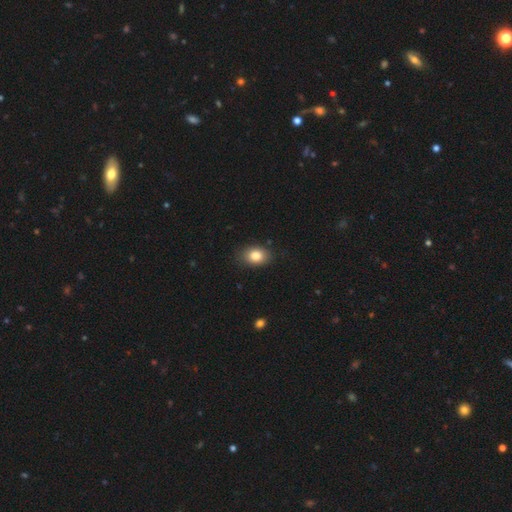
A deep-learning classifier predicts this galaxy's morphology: A smooth galaxy with no disk features (83%) that is in between round and cigar-shaped (73%). Merging: none (84%).